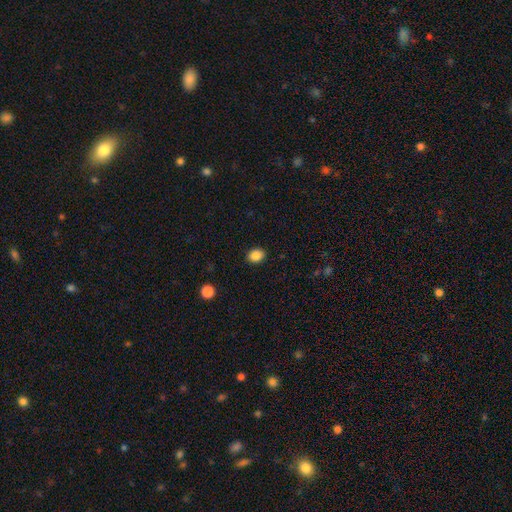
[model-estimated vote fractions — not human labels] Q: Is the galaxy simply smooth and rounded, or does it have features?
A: smooth — 86%.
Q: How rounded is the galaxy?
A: in between — 53%.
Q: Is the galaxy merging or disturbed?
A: none — 90%.